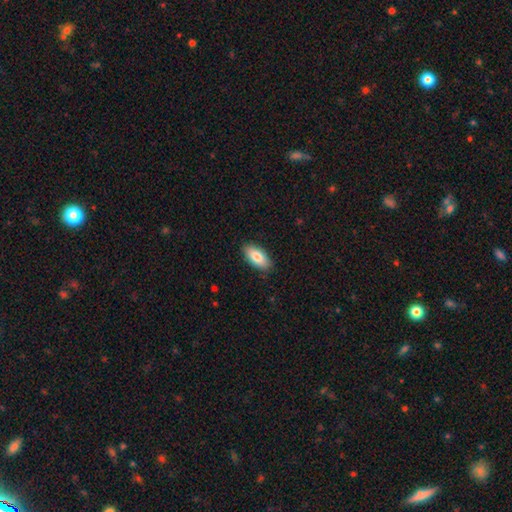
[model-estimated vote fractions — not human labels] Smooth or featured? smooth (82%)
How rounded? in between (91%)
Merging? none (88%)